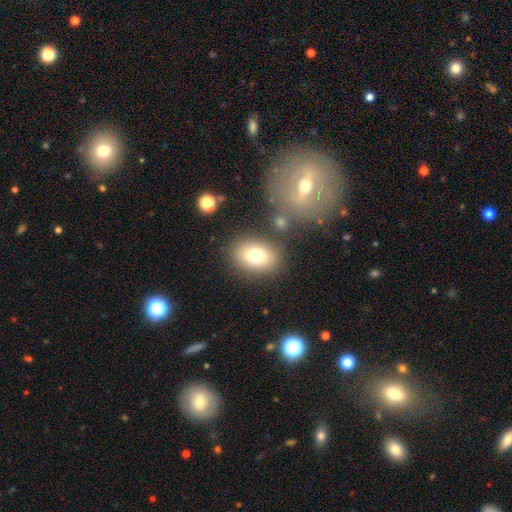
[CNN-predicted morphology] Smooth or featured: smooth — 79% (featured or disk — 11%)
How rounded: in between — 72% (round — 26%)
Merging: none — 81% (minor disturbance — 10%)